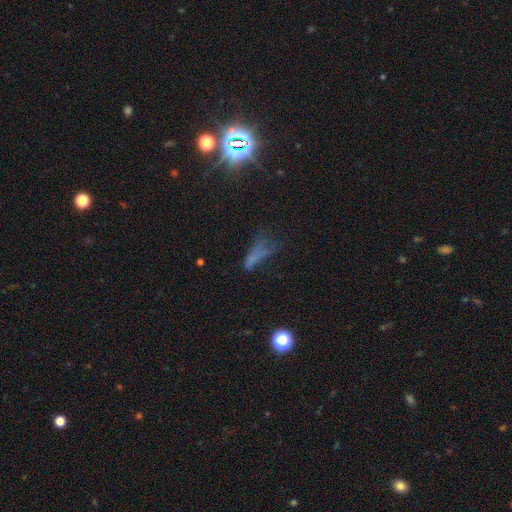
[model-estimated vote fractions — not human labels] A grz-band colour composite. It shows a smooth galaxy with no disk features (44%). Merging: none (36%, tied with major disturbance).